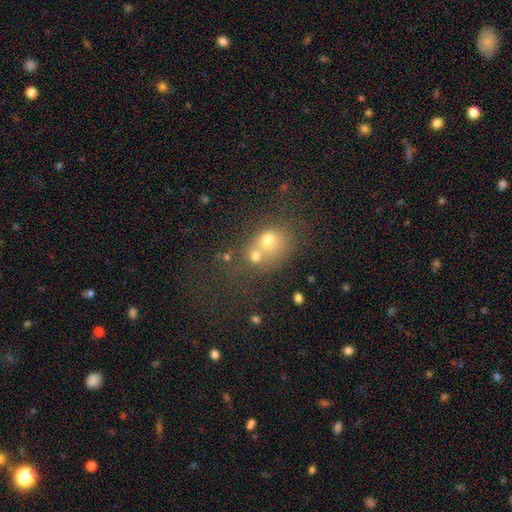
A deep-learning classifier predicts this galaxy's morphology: smooth-or-featured: smooth: 66% | featured or disk: 17% | star or artifact: 17%
  how-rounded: round: 62% | in between: 37% | cigar-shaped: 1%
  merging: merger: 54% | none: 31% | minor disturbance: 9% | major disturbance: 6%